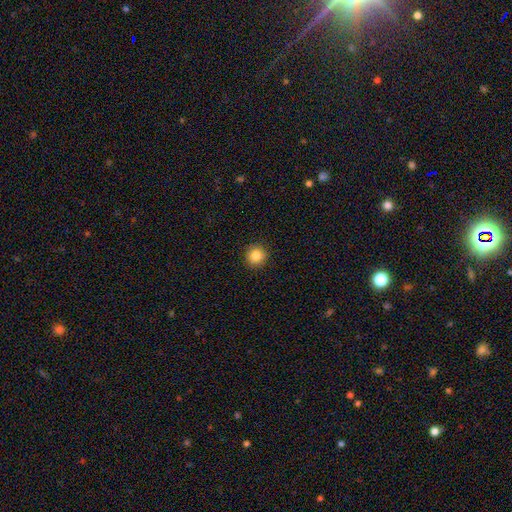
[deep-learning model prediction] A smooth galaxy with no disk features (84%) that is round (92%). Merging: none (92%).